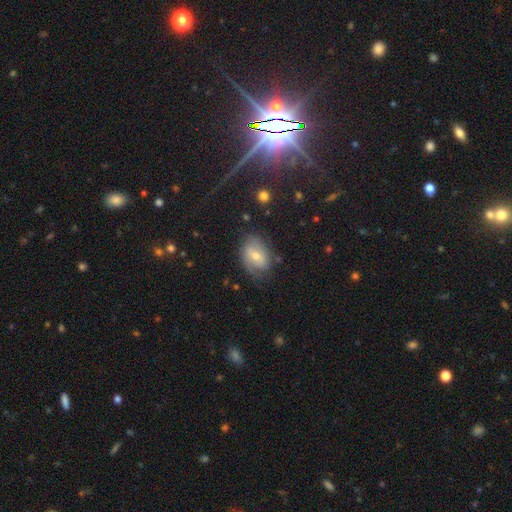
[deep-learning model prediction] smooth-or-featured: smooth: 50% | featured or disk: 42% | star or artifact: 8%
  merging: none: 62% | minor disturbance: 25% | major disturbance: 11% | merger: 2%